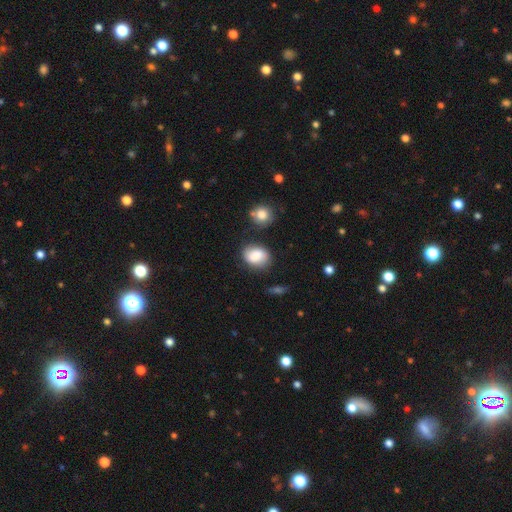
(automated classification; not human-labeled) Morphology: type=smooth (80%); roundness=in between (65%); merging=none (69%).